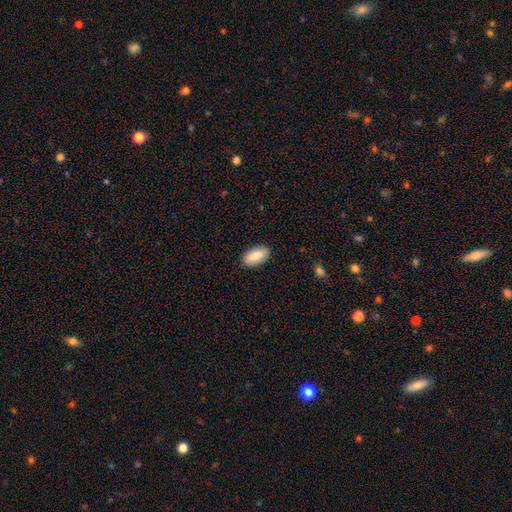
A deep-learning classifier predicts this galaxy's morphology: type=smooth (79%); roundness=in between (92%); merging=none (88%).